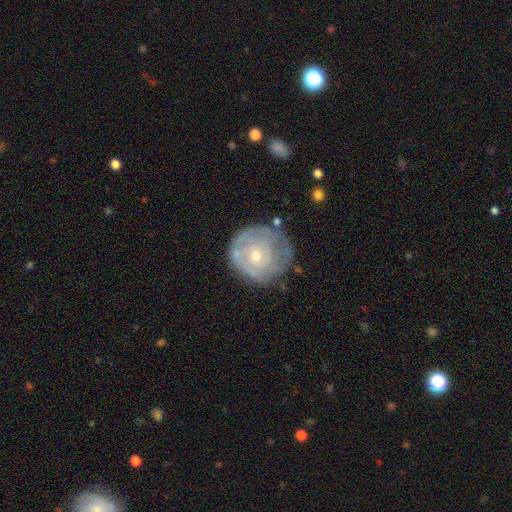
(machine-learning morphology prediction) Smooth or featured?
  - featured or disk: 65% *
  - smooth: 28%
  - star or artifact: 6%
Edge-on disk?
  - no: 97% *
  - yes: 3%
Bar?
  - no: 82% *
  - weak: 15%
  - strong: 2%
Spiral arms?
  - yes: 64% *
  - no: 36%
Bulge size?
  - small: 56% *
  - moderate: 40%
  - large: 2%
  - none: 2%
  - dominant: 1%
Merging?
  - none: 57% *
  - minor disturbance: 27%
  - major disturbance: 13%
  - merger: 3%